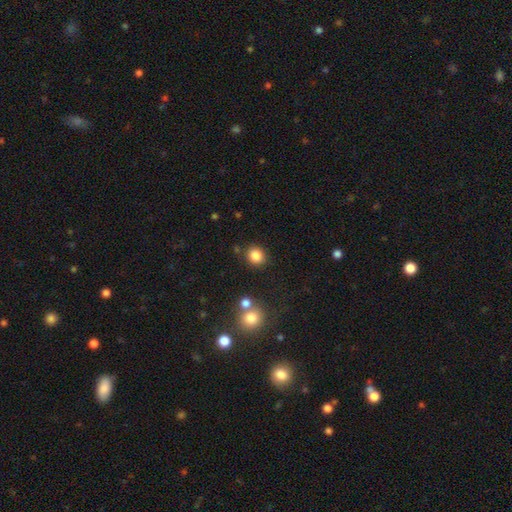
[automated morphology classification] Smooth or featured? Predicted: smooth (p=0.85). How rounded? Predicted: round (p=0.81). Merging? Predicted: none (p=0.84).